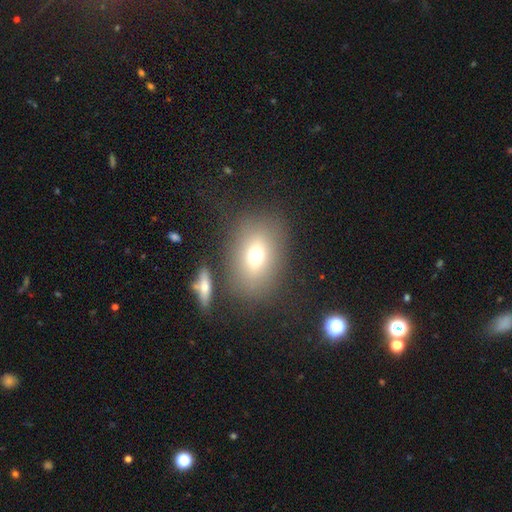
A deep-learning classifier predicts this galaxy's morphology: A smooth galaxy with no disk features (68%) that is in between round and cigar-shaped (72%).

Vote fractions:
- Smooth or featured? smooth: 68% / featured or disk: 19% / star or artifact: 13%
- How rounded? in between: 72% / round: 26% / cigar-shaped: 2%
- Merging? none: 75% / minor disturbance: 12% / major disturbance: 7% / merger: 6%